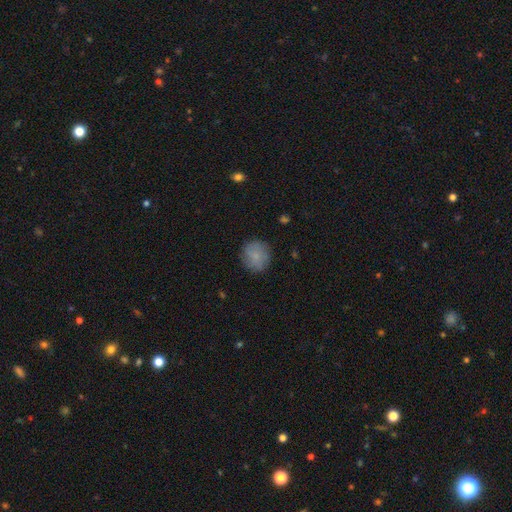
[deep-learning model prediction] Q: Smooth or featured?
A: smooth (82%); runner-up: featured or disk (10%)
Q: How rounded?
A: round (89%); runner-up: in between (10%)
Q: Merging?
A: none (82%); runner-up: minor disturbance (13%)